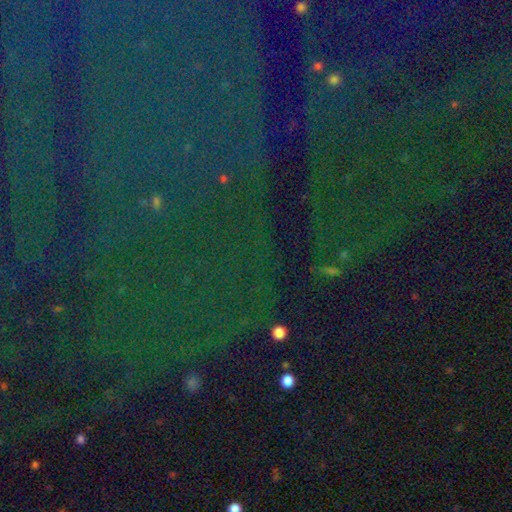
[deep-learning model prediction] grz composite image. It shows a star or artifact, not a galaxy (86%).